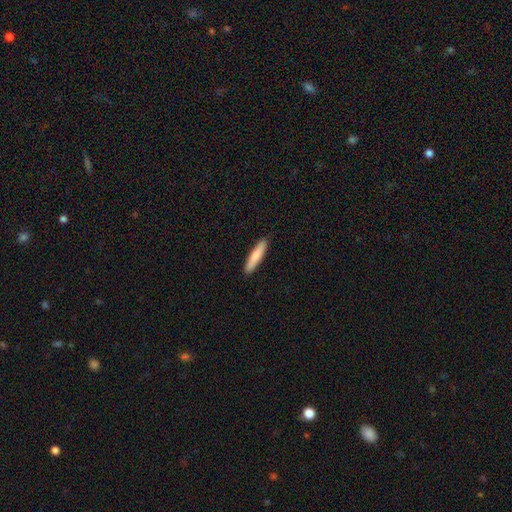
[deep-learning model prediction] Morphology: type=smooth (81%); roundness=cigar-shaped (87%); merging=none (91%).